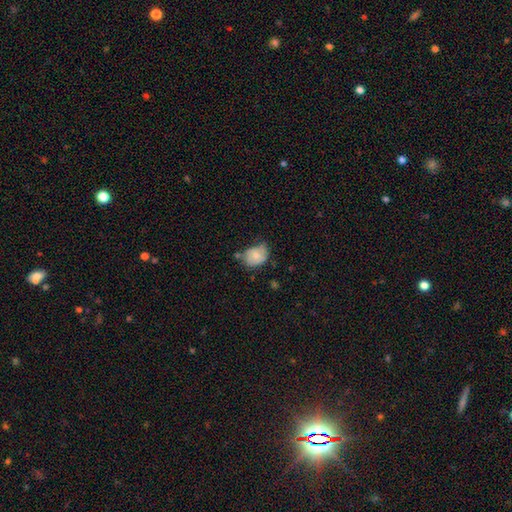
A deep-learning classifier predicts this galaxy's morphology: type=smooth (66%); roundness=in between (53%); merging=none (45%).